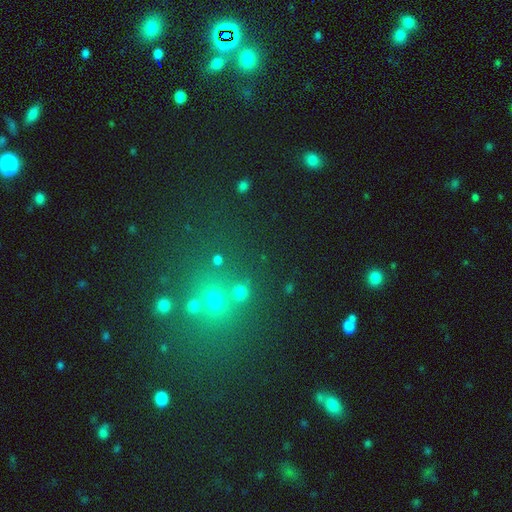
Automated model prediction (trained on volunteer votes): Smooth or featured: star or artifact — 56% (smooth — 33%)